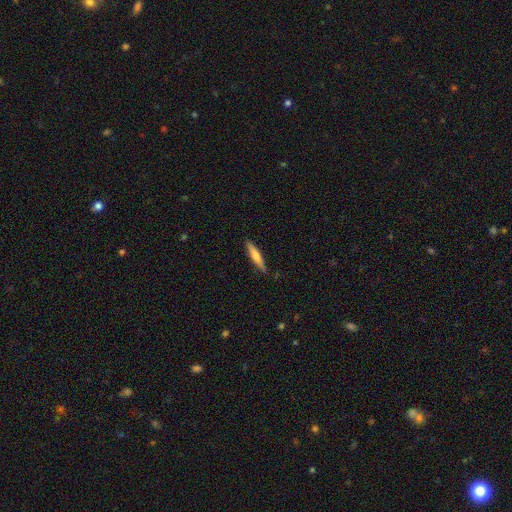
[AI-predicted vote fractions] A smooth galaxy with no disk features (63%) that is cigar-shaped (89%).

Vote fractions:
- Smooth or featured? smooth: 63% / featured or disk: 32% / star or artifact: 6%
- How rounded? cigar-shaped: 89% / in between: 10% / round: 1%
- Merging? none: 87% / minor disturbance: 10% / major disturbance: 2% / merger: 1%